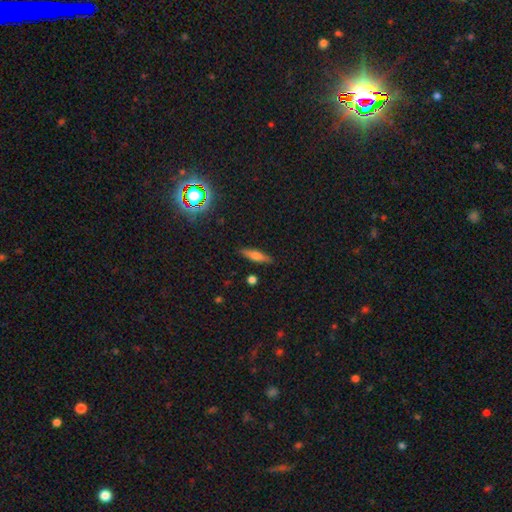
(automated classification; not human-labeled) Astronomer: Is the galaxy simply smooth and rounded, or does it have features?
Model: smooth — 56% (runner-up: featured or disk, 34%).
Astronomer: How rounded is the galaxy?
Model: cigar-shaped — 72%.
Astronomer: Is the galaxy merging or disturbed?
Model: none — 87%.